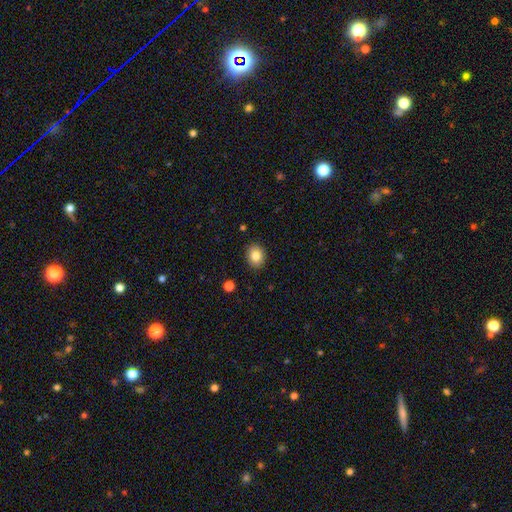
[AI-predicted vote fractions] This is clearly a smooth galaxy (84%). How rounded: possibly round (53%). Merging: clearly none (89%).